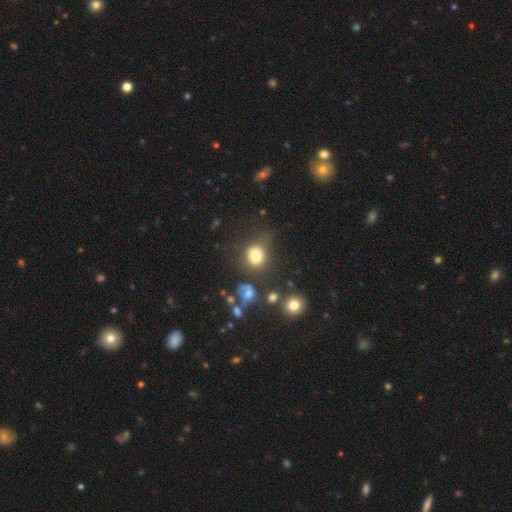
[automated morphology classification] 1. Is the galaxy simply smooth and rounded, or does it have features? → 79% smooth, 12% star or artifact, 9% featured or disk.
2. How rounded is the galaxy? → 73% round, 26% in between, 1% cigar-shaped.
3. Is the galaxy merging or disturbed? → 54% none, 23% minor disturbance, 15% major disturbance, 8% merger.